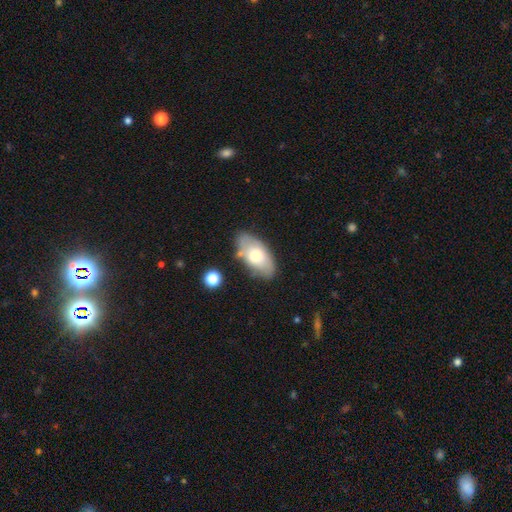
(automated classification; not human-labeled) Smooth or featured?
  - smooth: 66% *
  - featured or disk: 28%
  - star or artifact: 6%
How rounded?
  - in between: 93% *
  - cigar-shaped: 4%
  - round: 3%
Merging?
  - none: 71% *
  - minor disturbance: 18%
  - merger: 6%
  - major disturbance: 5%